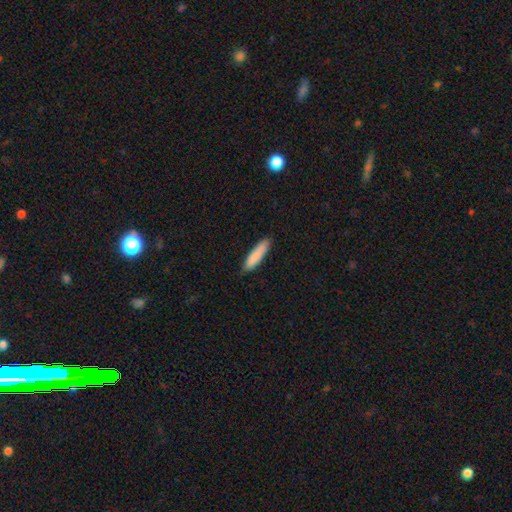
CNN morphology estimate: Smooth or featured? Predicted: smooth (p=0.87). How rounded? Predicted: cigar-shaped (p=0.78). Merging? Predicted: none (p=0.85).